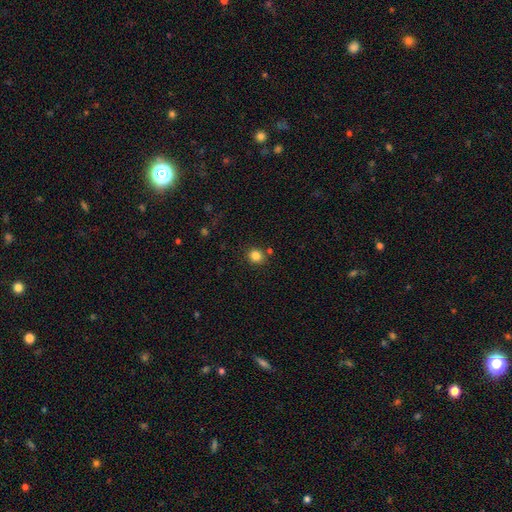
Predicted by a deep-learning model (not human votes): Morphology: type=smooth (84%); roundness=round (83%); merging=none (83%).